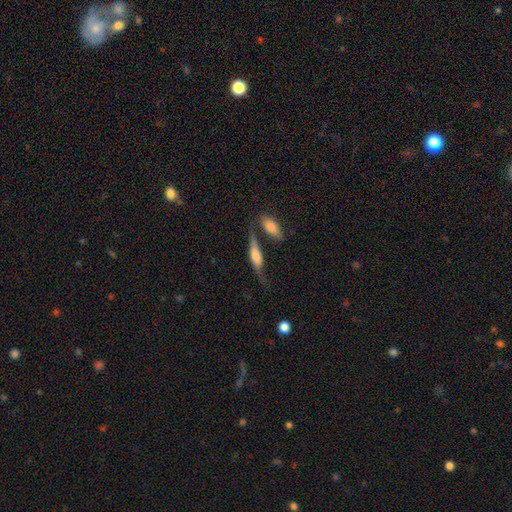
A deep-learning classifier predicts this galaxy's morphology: smooth-or-featured: featured or disk: 54% | smooth: 39% | star or artifact: 7%
  disk-edge-on: yes: 83% | no: 17%
  merging: none: 53% | minor disturbance: 22% | merger: 15% | major disturbance: 11%